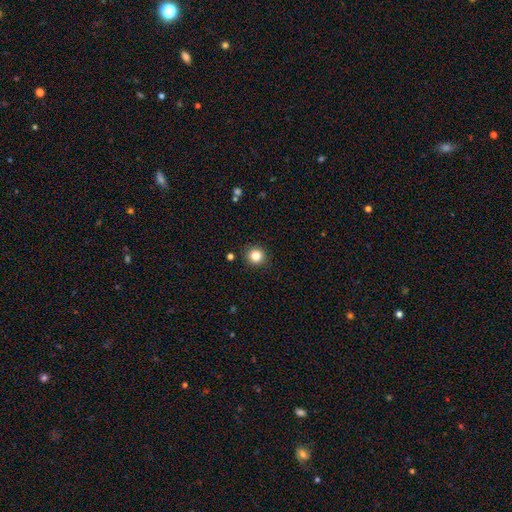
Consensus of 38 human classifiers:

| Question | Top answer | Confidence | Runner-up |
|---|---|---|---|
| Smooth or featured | smooth | 89% | star or artifact (8%) |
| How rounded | round | 100% | — |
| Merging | none | 100% | — |